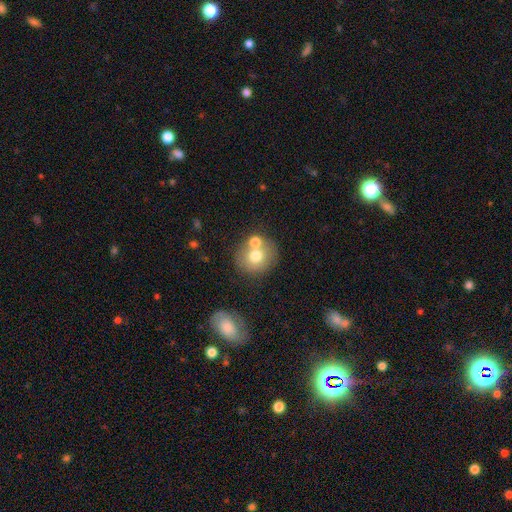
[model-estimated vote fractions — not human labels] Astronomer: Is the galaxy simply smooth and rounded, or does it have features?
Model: smooth — 73%.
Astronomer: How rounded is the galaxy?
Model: round — 85%.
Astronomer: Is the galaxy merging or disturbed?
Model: none — 59%.